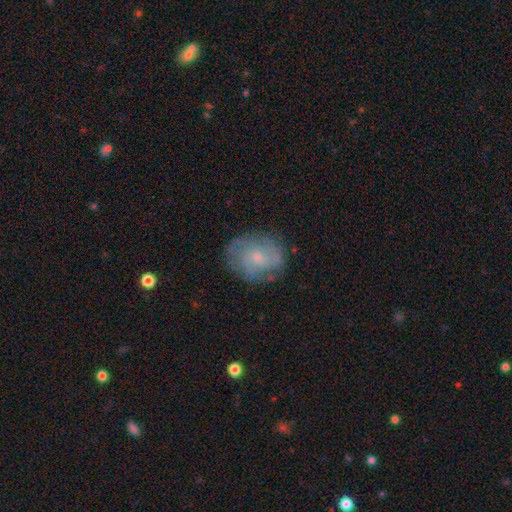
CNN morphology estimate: Smooth or featured: featured or disk — 61% (smooth — 31%)
Edge-on disk: no — 97% (yes — 3%)
Bar: no — 67% (weak — 29%)
Spiral arms: yes — 84% (no — 16%)
Bulge size: small — 56% (moderate — 33%)
Merging: none — 76% (minor disturbance — 17%)